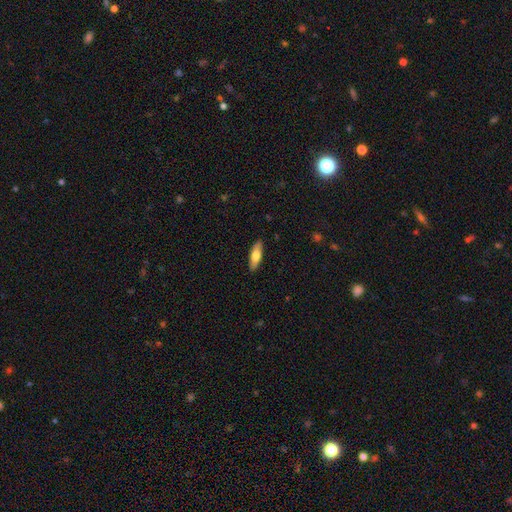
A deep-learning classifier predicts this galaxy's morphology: Smooth or featured?
  - smooth: 68% *
  - featured or disk: 26%
  - star or artifact: 6%
How rounded?
  - in between: 56% *
  - cigar-shaped: 42%
  - round: 2%
Merging?
  - none: 89% *
  - minor disturbance: 8%
  - major disturbance: 2%
  - merger: 1%